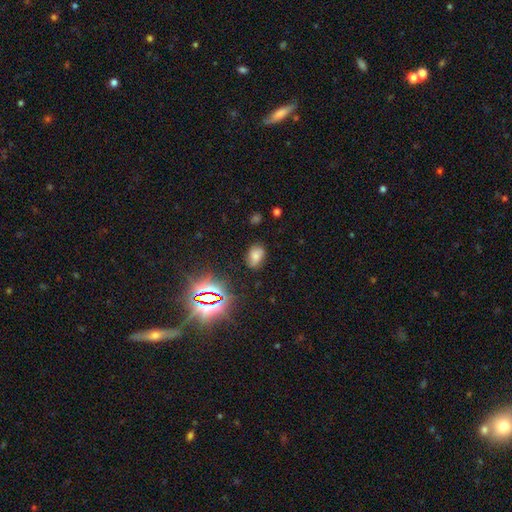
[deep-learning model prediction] Smooth or featured? Predicted: smooth (p=0.61). How rounded? Predicted: in between (p=0.84). Merging? Predicted: none (p=0.78).